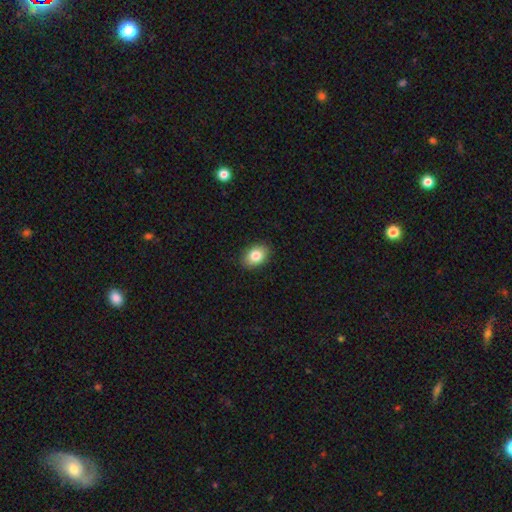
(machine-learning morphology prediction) smooth 83%, featured or disk 9%, star or artifact 8%. Down the decision tree: how rounded — in between (79%); merging — none (89%).